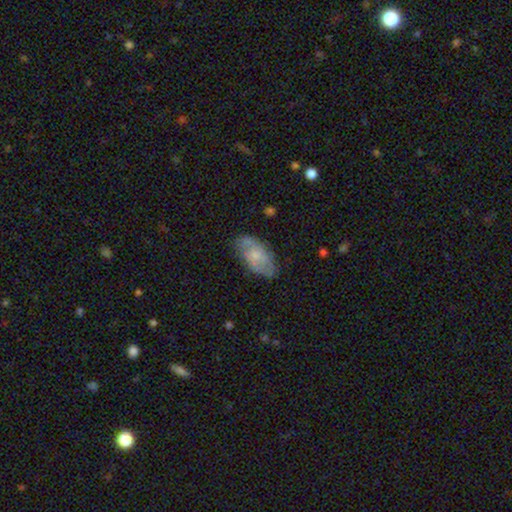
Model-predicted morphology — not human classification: Q: Smooth or featured?
A: smooth (50%); runner-up: featured or disk (43%)
Q: How rounded?
A: in between (92%); runner-up: cigar-shaped (4%)
Q: Merging?
A: none (70%); runner-up: minor disturbance (22%)